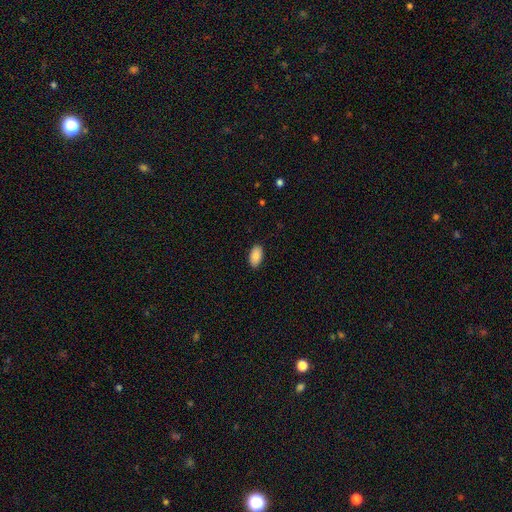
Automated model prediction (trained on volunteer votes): Q: Smooth or featured?
A: smooth (88%); runner-up: star or artifact (7%)
Q: How rounded?
A: in between (95%); runner-up: round (3%)
Q: Merging?
A: none (88%); runner-up: minor disturbance (9%)